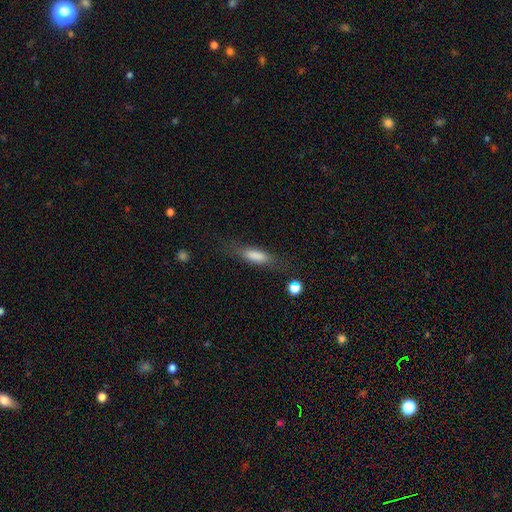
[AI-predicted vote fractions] The model was most divided on "how rounded": cigar-shaped: 61%, in between: 37%, round: 2%. More confident: smooth or featured — smooth (77%); merging — none (71%).